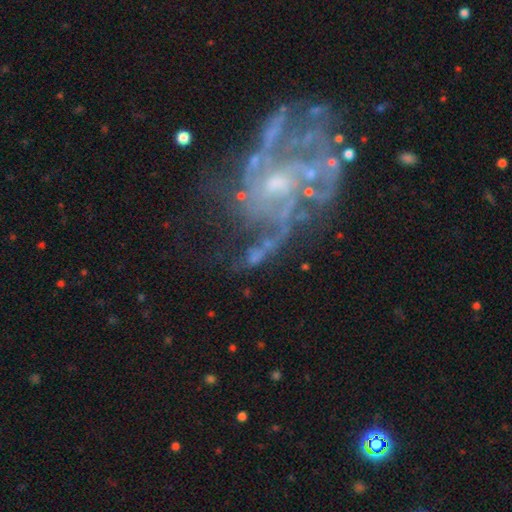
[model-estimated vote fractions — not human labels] A featured or disk galaxy (72%) with no bar (55%), 2 (30%) medium (39%) spiral arms (80%) and a small central bulge (45%).

Vote fractions:
- Smooth or featured? featured or disk: 72% / star or artifact: 14% / smooth: 13%
- Edge-on disk? no: 96% / yes: 4%
- Bar? no: 55% / weak: 32% / strong: 13%
- Spiral arms? yes: 80% / no: 20%
- Spiral winding? medium: 39% / tight: 31% / loose: 30%
- Spiral arm count? 2: 30% / can't tell: 28% / 3: 15% / 1: 11% / 4: 8% / more than 4: 8%
- Bulge size? small: 45% / moderate: 32% / none: 17% / large: 4% / dominant: 2%
- Merging? none: 45% / major disturbance: 27% / minor disturbance: 17% / merger: 10%